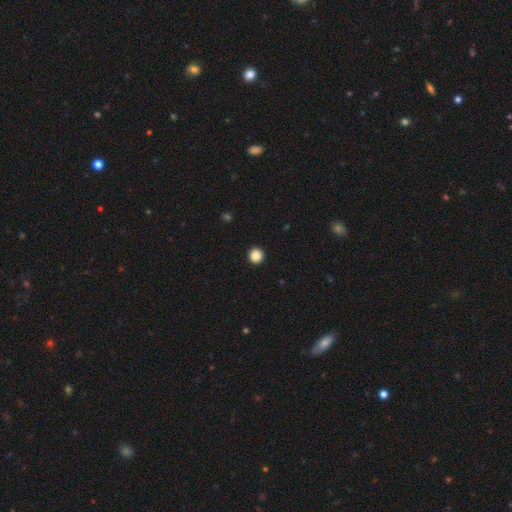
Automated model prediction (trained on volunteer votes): Smooth or featured: smooth — 87% (star or artifact — 10%)
How rounded: round — 95% (in between — 4%)
Merging: none — 93% (minor disturbance — 4%)